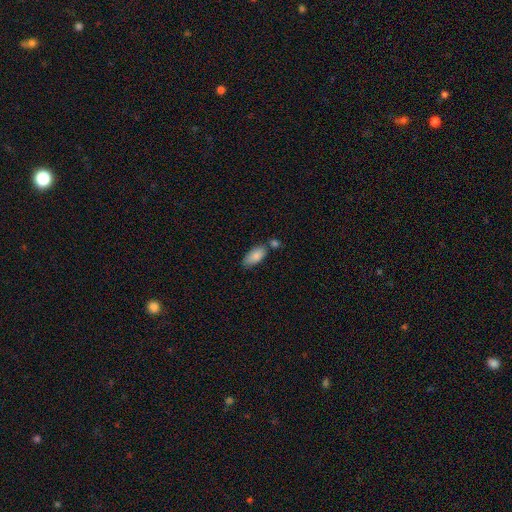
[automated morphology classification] smooth 86%, featured or disk 8%, star or artifact 7%. Down the decision tree: how rounded — in between (89%); merging — none (64%).